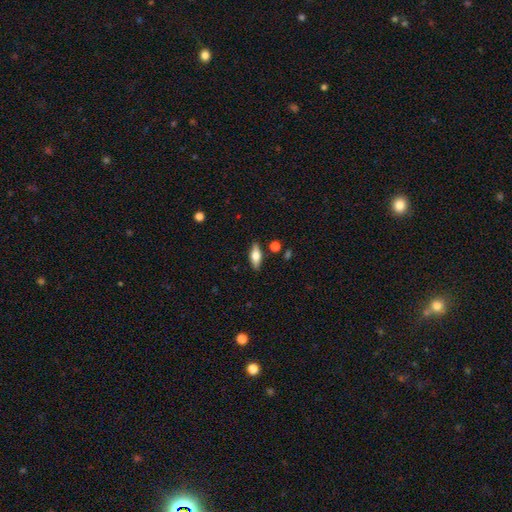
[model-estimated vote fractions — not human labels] This appears to be a smooth galaxy with no disk features (57%) that is in between round and cigar-shaped (68%). Merging: none (86%).